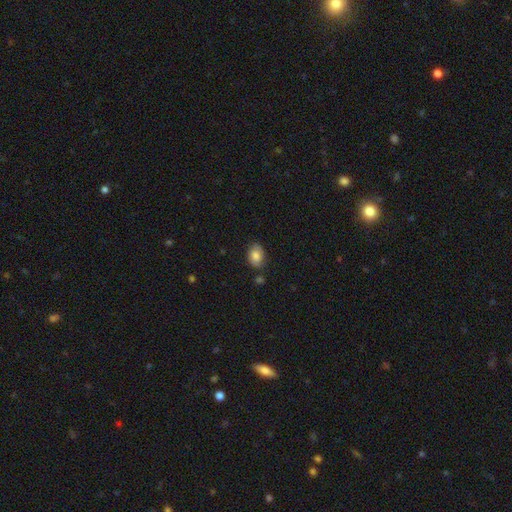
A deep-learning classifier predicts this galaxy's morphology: smooth 78%, featured or disk 14%, star or artifact 8%. Down the decision tree: how rounded — in between (77%); merging — none (77%).